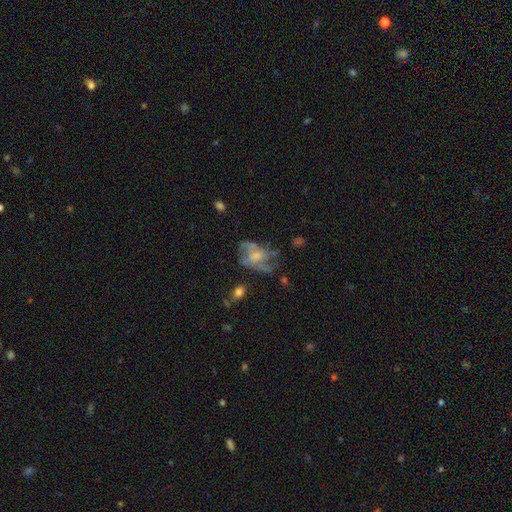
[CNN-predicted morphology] type=featured or disk (60%); edge-on=no (97%); bar=no (66%); spiral arms=yes (58%); bulge=moderate (31%); merging=none (40%).